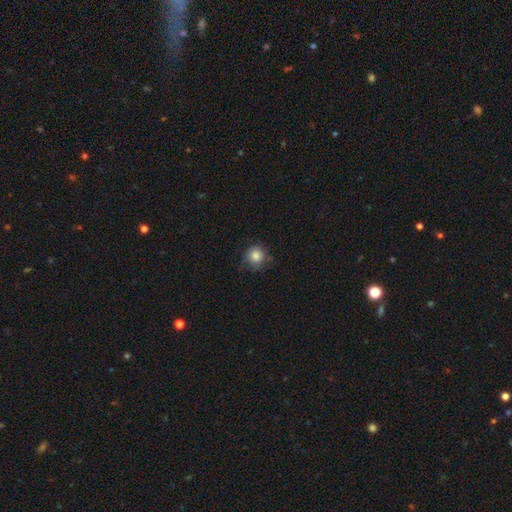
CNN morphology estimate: A smooth galaxy with no disk features (83%) that is round (91%). Merging: none (69%).